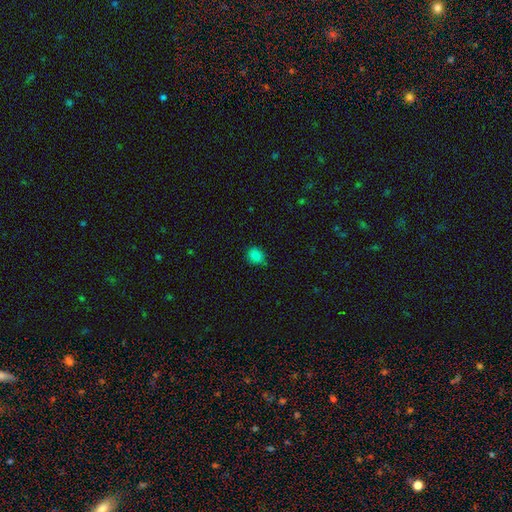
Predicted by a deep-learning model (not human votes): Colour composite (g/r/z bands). It shows a smooth galaxy with no disk features (83%) that is round (68%). Merging: none (77%).